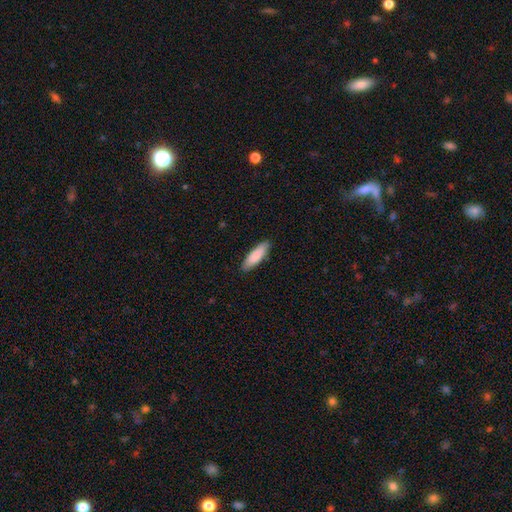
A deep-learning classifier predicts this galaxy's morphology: A smooth galaxy with no disk features (86%) that is cigar-shaped (55%).

Vote fractions:
- Smooth or featured? smooth: 86% / featured or disk: 9% / star or artifact: 5%
- How rounded? cigar-shaped: 55% / in between: 44% / round: 1%
- Merging? none: 89% / minor disturbance: 8% / major disturbance: 2% / merger: 1%